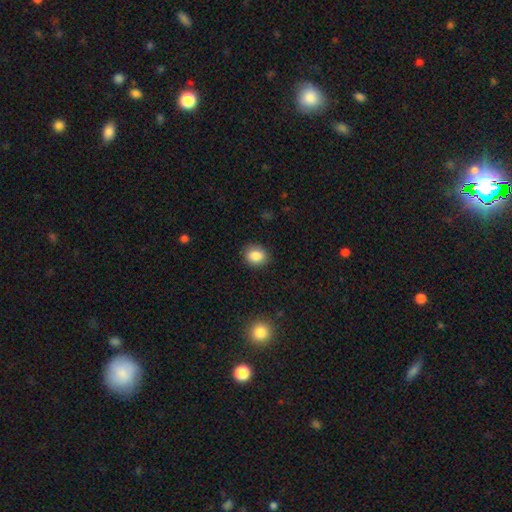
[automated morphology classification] Smooth or featured?
  - smooth: 85% *
  - star or artifact: 9%
  - featured or disk: 5%
How rounded?
  - round: 61% *
  - in between: 38%
  - cigar-shaped: 1%
Merging?
  - none: 88% *
  - minor disturbance: 8%
  - major disturbance: 2%
  - merger: 1%